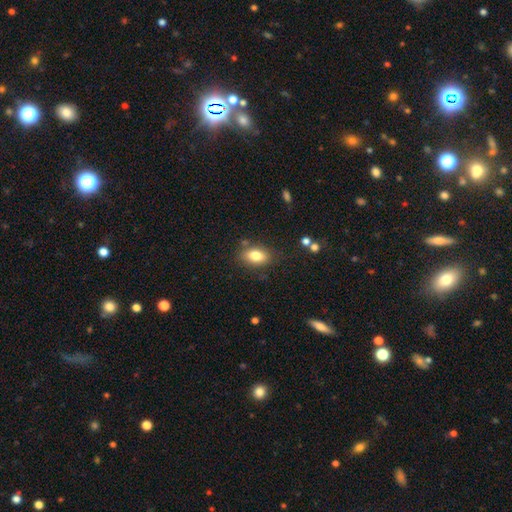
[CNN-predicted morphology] smooth_or_featured: smooth (p=0.81) [alt: featured or disk p=0.10]
how_rounded: in between (p=0.86) [alt: round p=0.11]
merging: none (p=0.79) [alt: minor disturbance p=0.14]